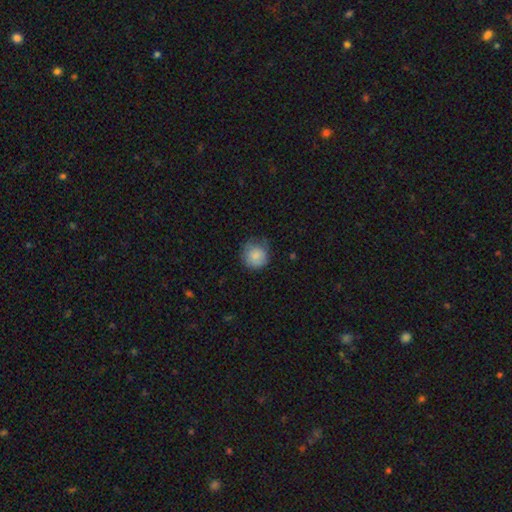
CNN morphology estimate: Smooth or featured? smooth (84%)
How rounded? round (90%)
Merging? none (65%)